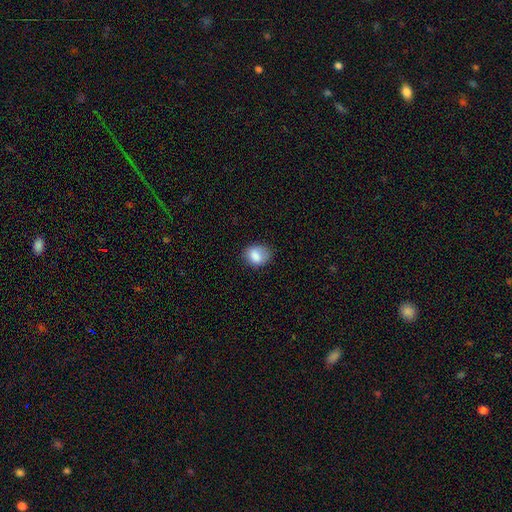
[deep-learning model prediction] This is clearly a smooth galaxy (83%). How rounded: possibly in between (53%). Merging: likely none (65%).